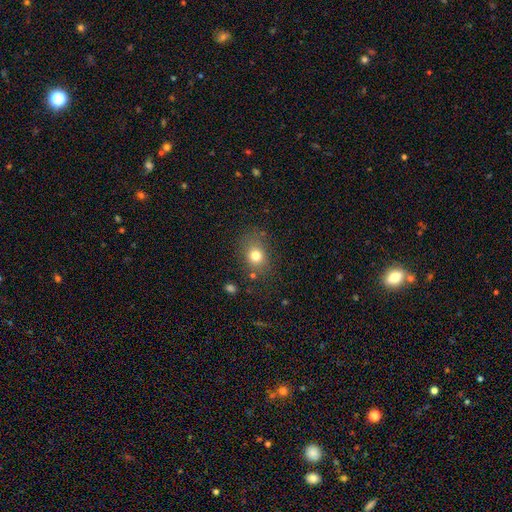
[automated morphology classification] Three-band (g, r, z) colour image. It shows a smooth galaxy with no disk features (77%) that is round (52%). Merging: none (74%).